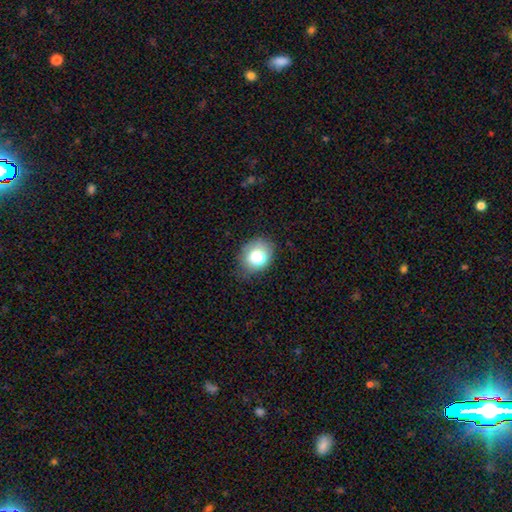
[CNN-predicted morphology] Smooth or featured: smooth — 73% (featured or disk — 15%)
How rounded: round — 58% (in between — 42%)
Merging: none — 68% (minor disturbance — 22%)